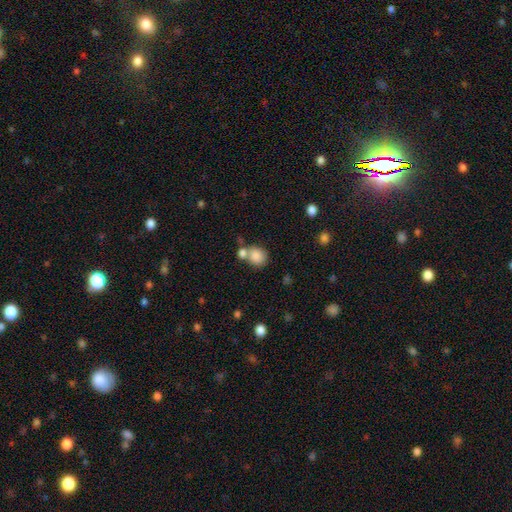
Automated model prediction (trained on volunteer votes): Morphology: type=smooth (84%); roundness=round (73%); merging=none (46%).